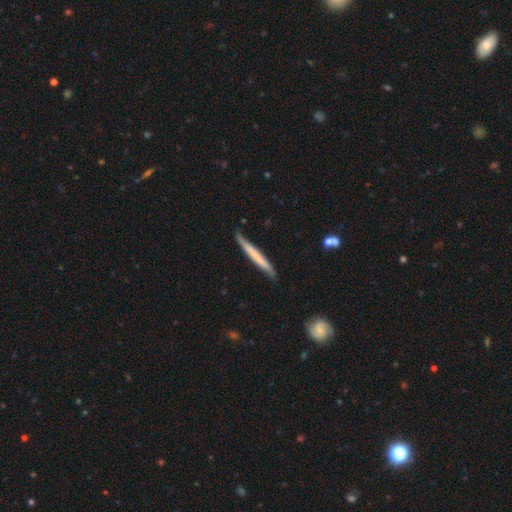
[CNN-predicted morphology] Q: Smooth or featured?
A: smooth (56%); runner-up: featured or disk (40%)
Q: How rounded?
A: cigar-shaped (97%); runner-up: in between (2%)
Q: Merging?
A: none (82%); runner-up: minor disturbance (14%)